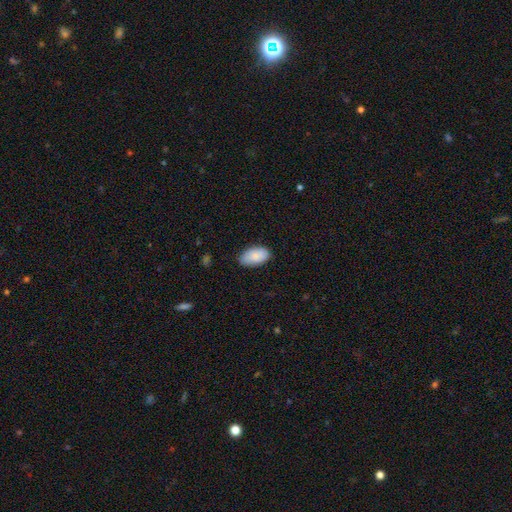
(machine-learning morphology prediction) Smooth or featured? smooth (88%)
How rounded? in between (95%)
Merging? none (81%)